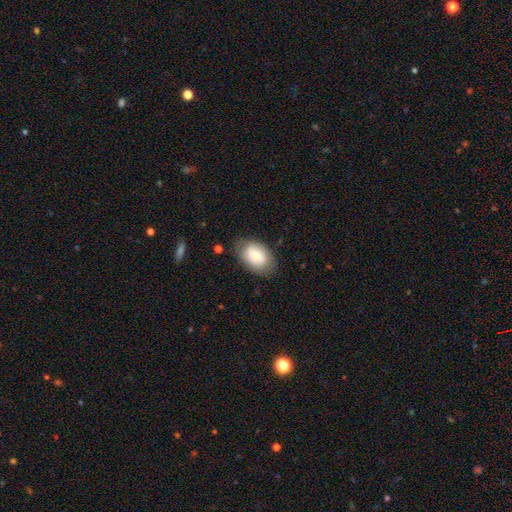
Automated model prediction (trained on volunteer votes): Morphology: type=smooth (73%); roundness=in between (87%); merging=none (77%).